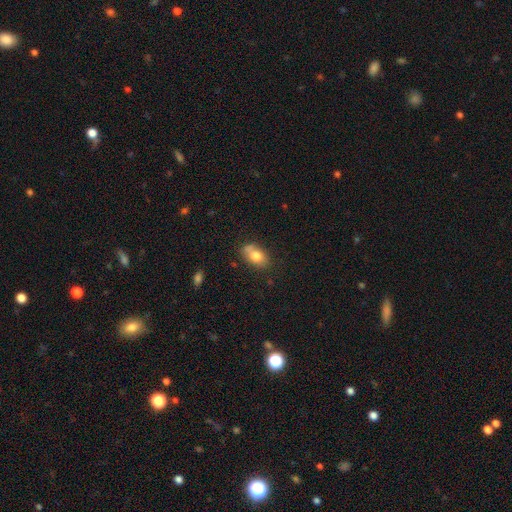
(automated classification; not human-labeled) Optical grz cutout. It shows a smooth galaxy with no disk features (77%) that is in between round and cigar-shaped (85%). Merging: none (61%).